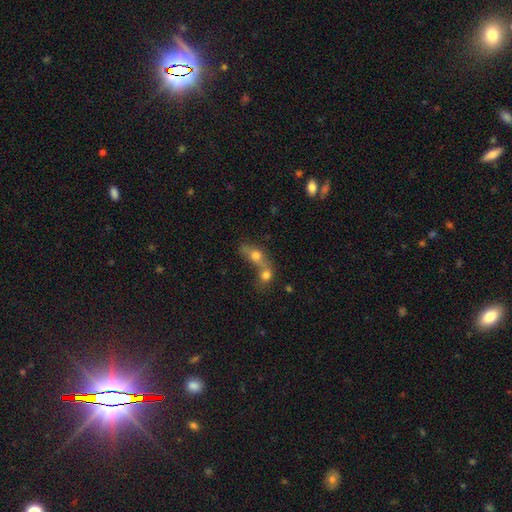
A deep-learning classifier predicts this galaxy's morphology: Smooth or featured: smooth — 61% (featured or disk — 23%)
How rounded: in between — 50% (round — 42%)
Merging: merger — 71% (none — 18%)